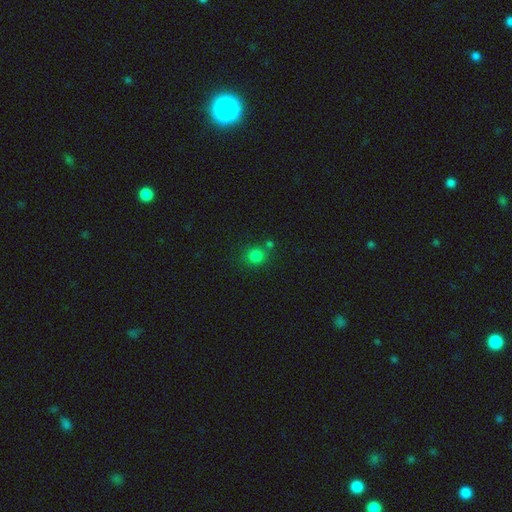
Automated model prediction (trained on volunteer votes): Smooth or featured?
  - smooth: 81% *
  - star or artifact: 14%
  - featured or disk: 5%
How rounded?
  - round: 86% *
  - in between: 13%
  - cigar-shaped: 1%
Merging?
  - none: 71% *
  - merger: 15%
  - minor disturbance: 11%
  - major disturbance: 4%